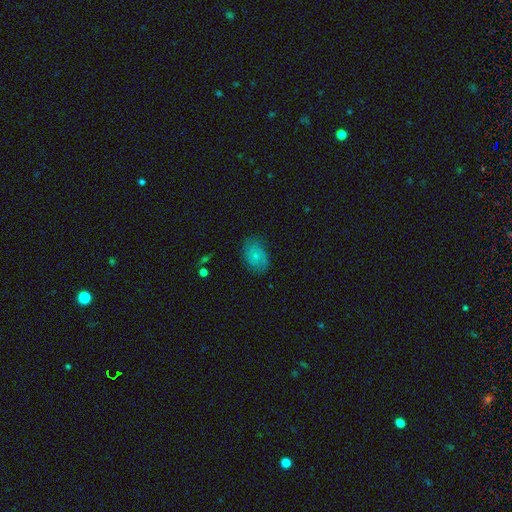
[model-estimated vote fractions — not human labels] Smooth or featured?
  - smooth: 59% *
  - featured or disk: 32%
  - star or artifact: 9%
How rounded?
  - in between: 79% *
  - round: 19%
  - cigar-shaped: 1%
Merging?
  - none: 74% *
  - minor disturbance: 20%
  - major disturbance: 5%
  - merger: 1%